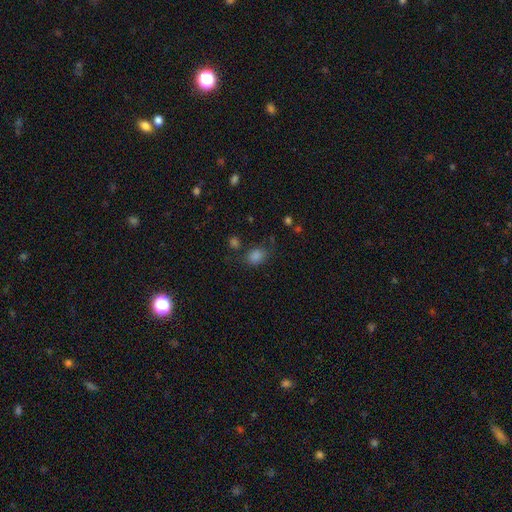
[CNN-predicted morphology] A smooth galaxy with no disk features (77%) that is in between round and cigar-shaped (55%).

Vote fractions:
- Smooth or featured? smooth: 77% / star or artifact: 18% / featured or disk: 5%
- How rounded? in between: 55% / round: 43% / cigar-shaped: 1%
- Merging? none: 72% / minor disturbance: 16% / major disturbance: 6% / merger: 6%